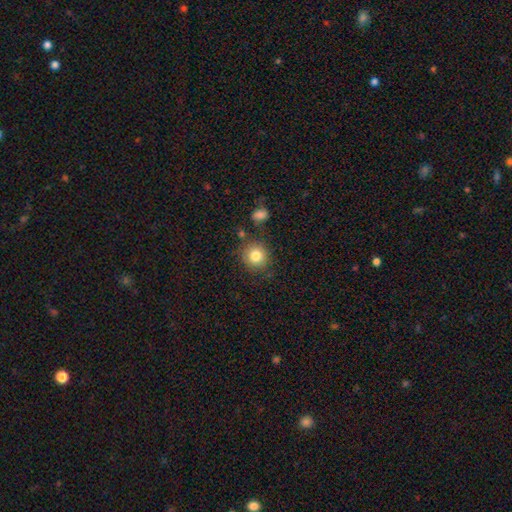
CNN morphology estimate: A smooth galaxy with no disk features (82%) that is round (90%). Merging: none (82%).